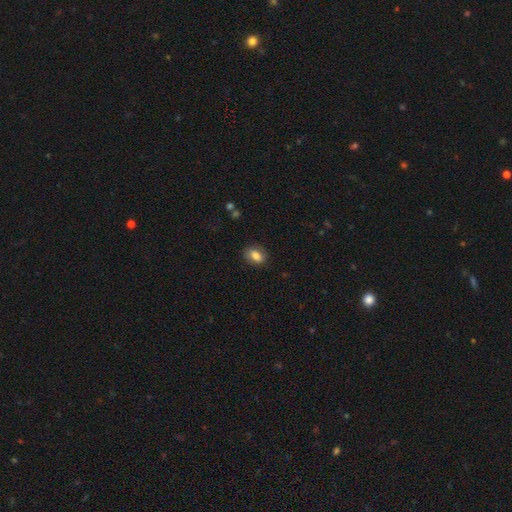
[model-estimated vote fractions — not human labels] The model was most divided on "how rounded": in between: 77%, round: 21%, cigar-shaped: 2%. More confident: smooth or featured — smooth (82%); merging — none (81%).